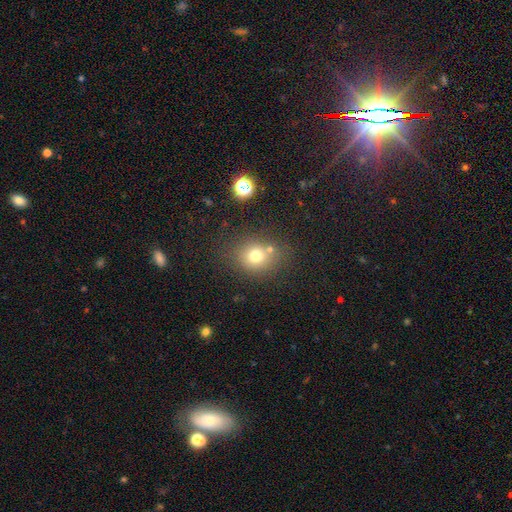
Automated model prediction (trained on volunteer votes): smooth-or-featured: smooth: 73% | star or artifact: 16% | featured or disk: 11%
  how-rounded: round: 74% | in between: 25% | cigar-shaped: 1%
  merging: none: 70% | merger: 14% | minor disturbance: 12% | major disturbance: 5%